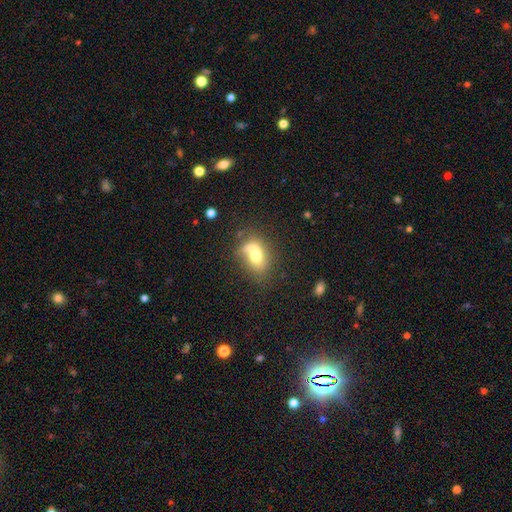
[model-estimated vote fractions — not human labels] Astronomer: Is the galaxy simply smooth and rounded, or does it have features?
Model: smooth — 57% (runner-up: featured or disk, 32%).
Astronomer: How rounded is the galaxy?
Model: in between — 70%.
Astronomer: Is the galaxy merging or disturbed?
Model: none — 33% (runner-up: merger, 31%).